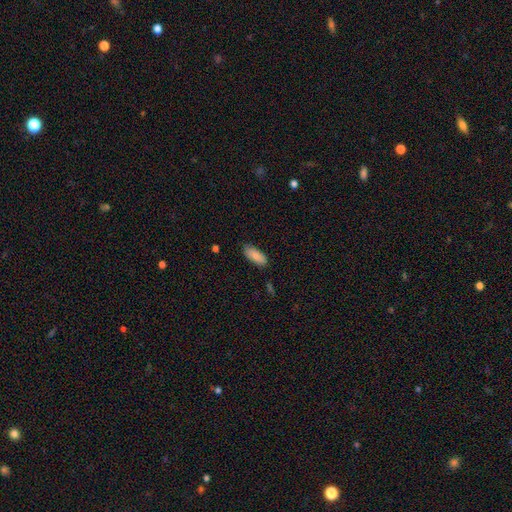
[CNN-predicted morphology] Smooth or featured: smooth — 86% (featured or disk — 8%)
How rounded: in between — 84% (cigar-shaped — 15%)
Merging: none — 82% (minor disturbance — 14%)